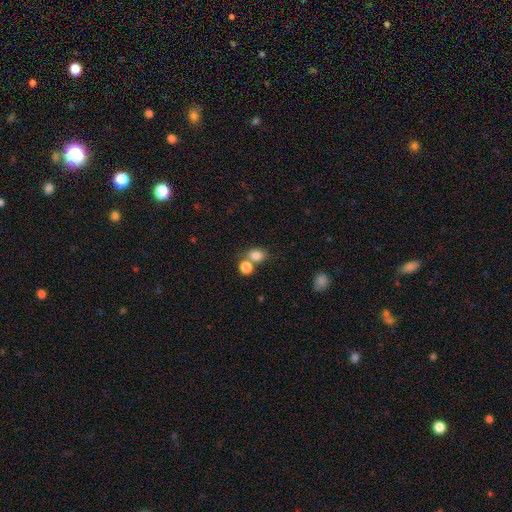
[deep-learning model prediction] Smooth or featured?
  - smooth: 82% *
  - star or artifact: 11%
  - featured or disk: 7%
How rounded?
  - round: 55% *
  - in between: 44%
  - cigar-shaped: 1%
Merging?
  - none: 49% *
  - merger: 37%
  - minor disturbance: 10%
  - major disturbance: 4%